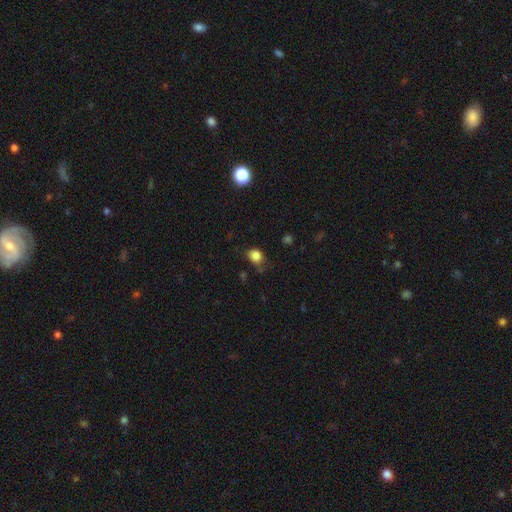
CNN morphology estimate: Q: Smooth or featured?
A: smooth (83%); runner-up: star or artifact (12%)
Q: How rounded?
A: round (57%); runner-up: in between (42%)
Q: Merging?
A: none (65%); runner-up: minor disturbance (25%)